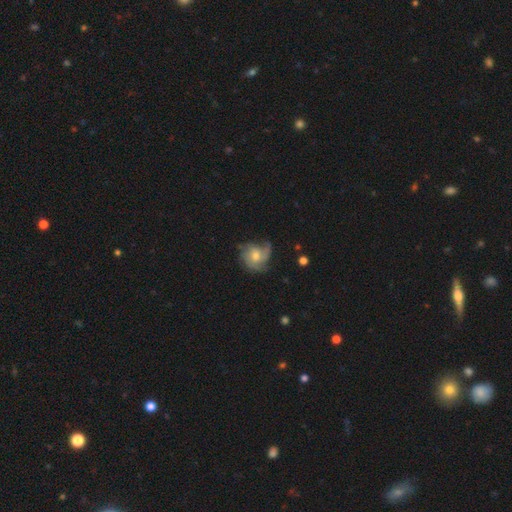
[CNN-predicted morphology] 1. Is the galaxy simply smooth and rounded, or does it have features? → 56% featured or disk, 34% smooth, 9% star or artifact.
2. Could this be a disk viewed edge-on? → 97% no, 3% yes.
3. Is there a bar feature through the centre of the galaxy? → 75% no, 22% weak, 3% strong.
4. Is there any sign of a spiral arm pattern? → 80% yes, 20% no.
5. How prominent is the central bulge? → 61% moderate, 28% small, 7% large, 3% none, 1% dominant.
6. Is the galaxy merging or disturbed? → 54% none, 26% minor disturbance, 18% major disturbance, 2% merger.